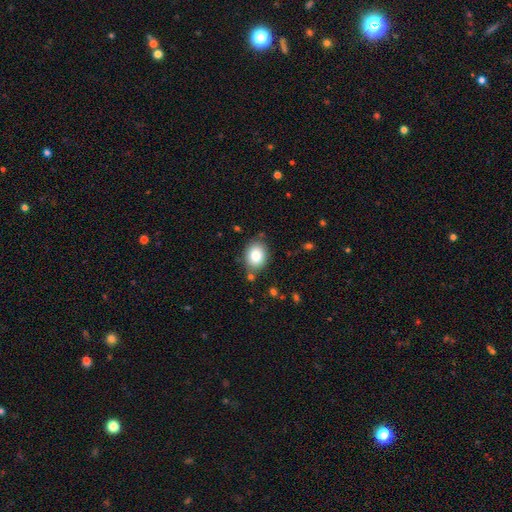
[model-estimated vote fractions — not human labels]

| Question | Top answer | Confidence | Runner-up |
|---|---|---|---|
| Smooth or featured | smooth | 83% | star or artifact (9%) |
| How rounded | in between | 53% | round (46%) |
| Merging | none | 81% | minor disturbance (12%) |